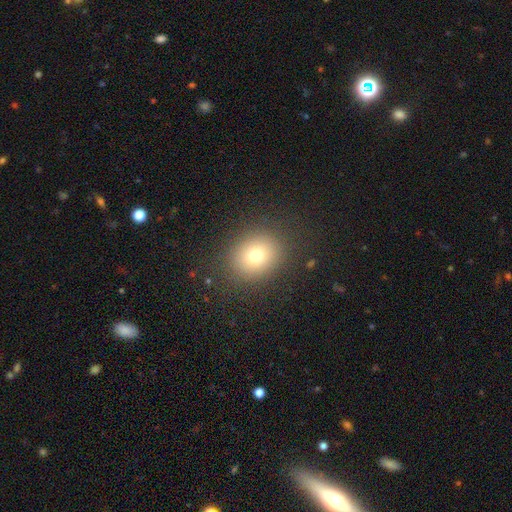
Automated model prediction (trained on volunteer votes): Q: Smooth or featured?
A: smooth (74%); runner-up: star or artifact (15%)
Q: How rounded?
A: round (67%); runner-up: in between (33%)
Q: Merging?
A: none (87%); runner-up: minor disturbance (8%)